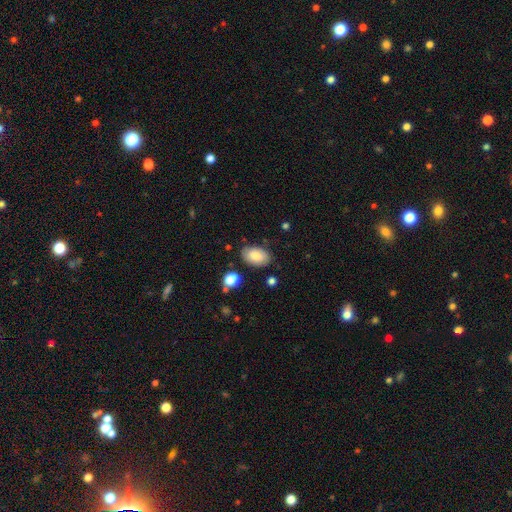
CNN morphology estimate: Smooth or featured?
  - smooth: 81% *
  - featured or disk: 12%
  - star or artifact: 8%
How rounded?
  - in between: 92% *
  - round: 7%
  - cigar-shaped: 1%
Merging?
  - none: 80% *
  - minor disturbance: 14%
  - major disturbance: 3%
  - merger: 3%